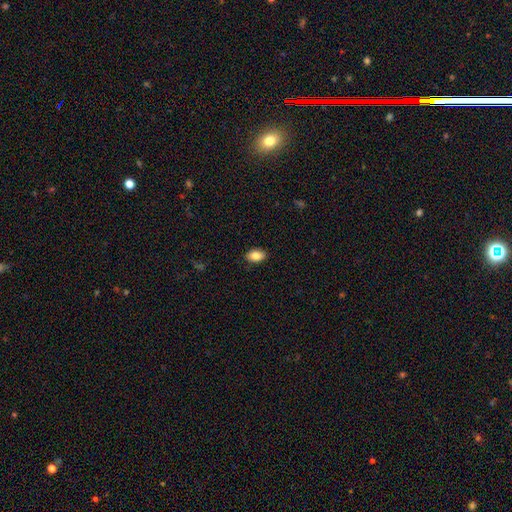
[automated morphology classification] Overall: smooth (85%). How rounded: in between (89%). Merging: none (88%).